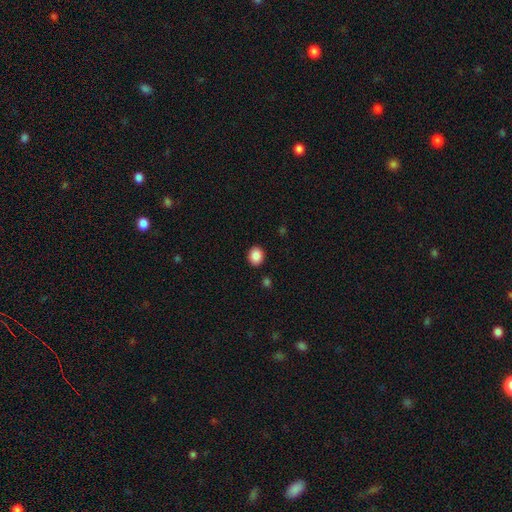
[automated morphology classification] Overall: smooth (88%). How rounded: round (60%; in between 39%). Merging: none (90%).